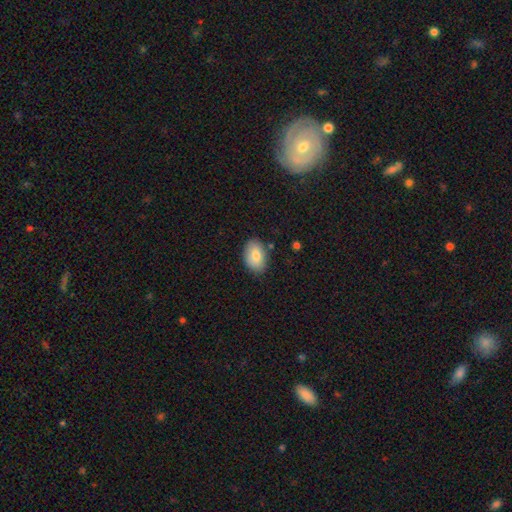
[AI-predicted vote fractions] This is clearly a smooth galaxy (81%). How rounded: clearly in between (90%). Merging: clearly none (83%).